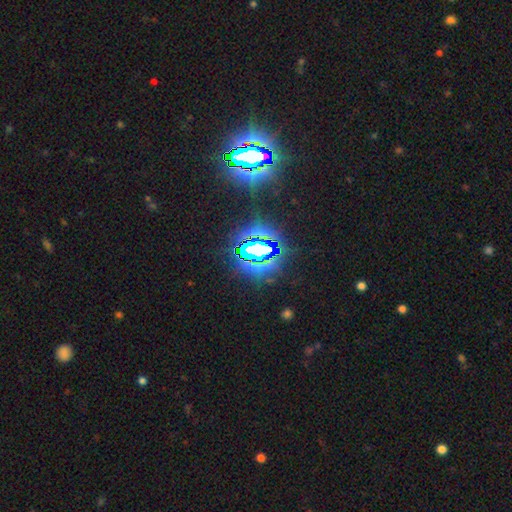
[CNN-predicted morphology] Smooth or featured: star or artifact — 82% (smooth — 9%)